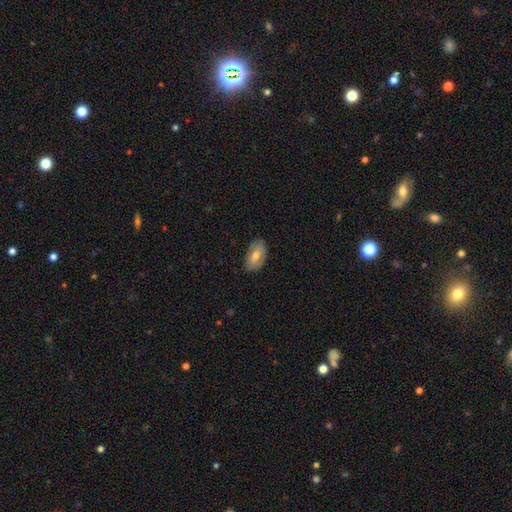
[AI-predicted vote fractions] The model was most divided on "smooth or featured": smooth: 61%, featured or disk: 32%, star or artifact: 7%. More confident: how rounded — in between (92%); merging — none (81%).